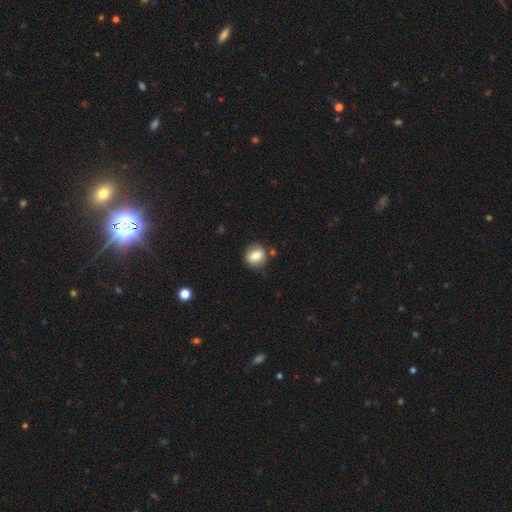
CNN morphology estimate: This appears to be a smooth galaxy with no disk features (79%) that is round (78%). Merging: none (81%).